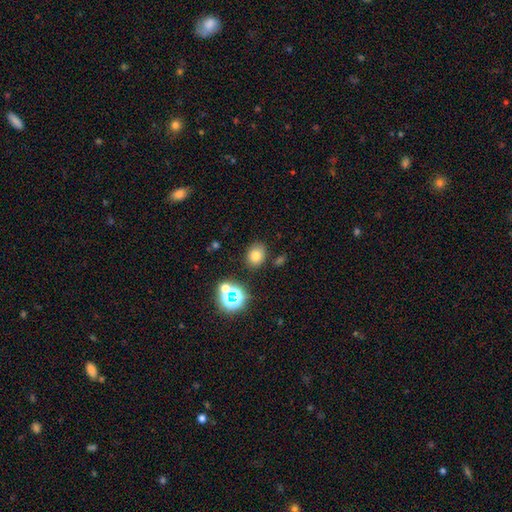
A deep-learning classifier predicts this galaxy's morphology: smooth_or_featured: smooth (p=0.73) [alt: star or artifact p=0.18]
how_rounded: round (p=0.51) [alt: in between p=0.48]
merging: none (p=0.82) [alt: minor disturbance p=0.10]